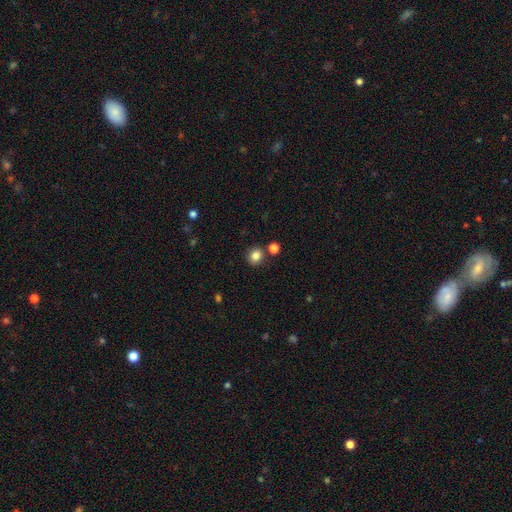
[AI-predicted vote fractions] Smooth or featured?
  - smooth: 83% *
  - star or artifact: 12%
  - featured or disk: 5%
How rounded?
  - round: 80% *
  - in between: 19%
  - cigar-shaped: 1%
Merging?
  - none: 80% *
  - merger: 9%
  - minor disturbance: 8%
  - major disturbance: 3%